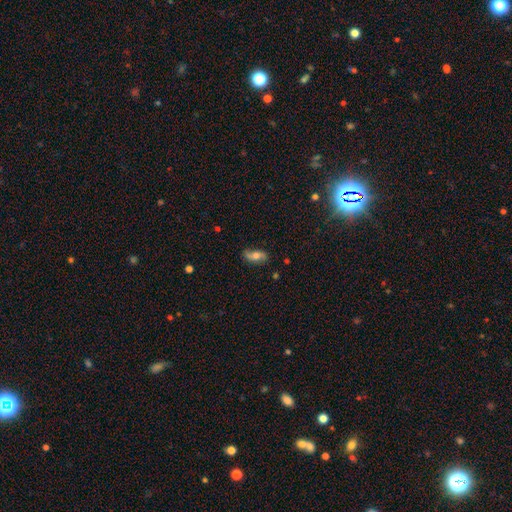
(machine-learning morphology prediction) smooth_or_featured: featured or disk (p=0.50) [alt: smooth p=0.42]
merging: none (p=0.75) [alt: minor disturbance p=0.18]